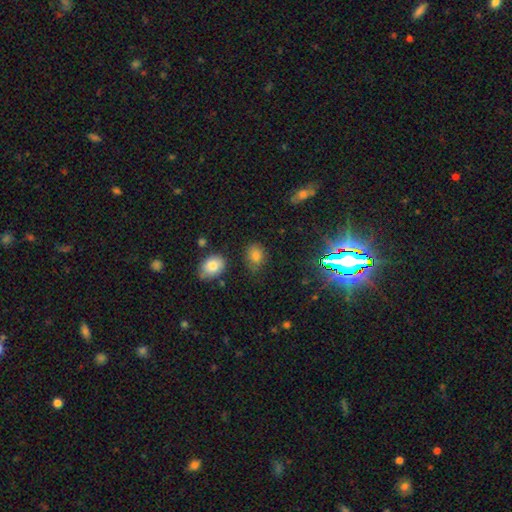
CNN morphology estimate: Smooth or featured: smooth — 74% (star or artifact — 19%)
How rounded: in between — 61% (round — 38%)
Merging: none — 70% (minor disturbance — 20%)